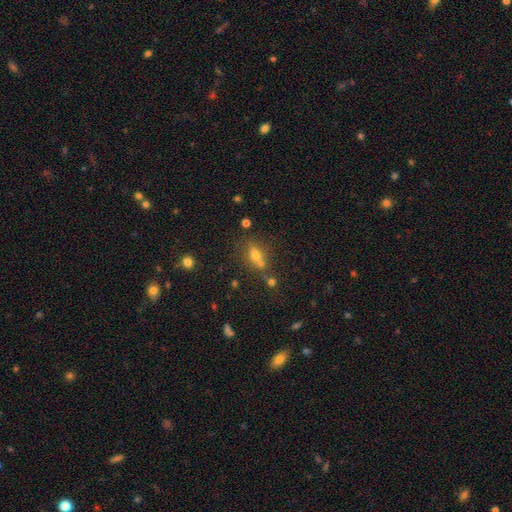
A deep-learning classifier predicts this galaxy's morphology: type=smooth (58%); roundness=in between (58%); merging=none (45%).